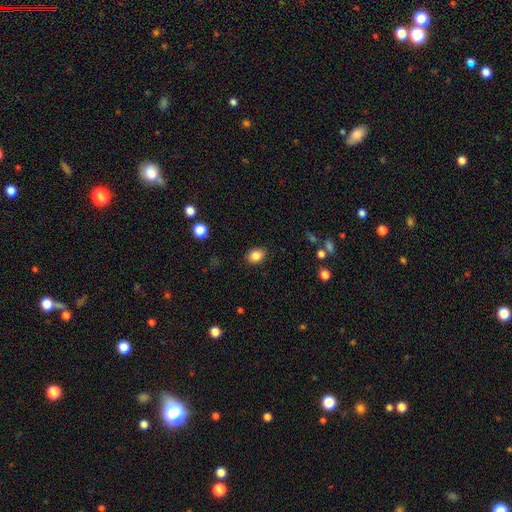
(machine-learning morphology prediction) A smooth galaxy with no disk features (85%) that is in between round and cigar-shaped (64%).

Vote fractions:
- Smooth or featured? smooth: 85% / star or artifact: 10% / featured or disk: 6%
- How rounded? in between: 64% / round: 35% / cigar-shaped: 1%
- Merging? none: 86% / minor disturbance: 10% / major disturbance: 3% / merger: 1%